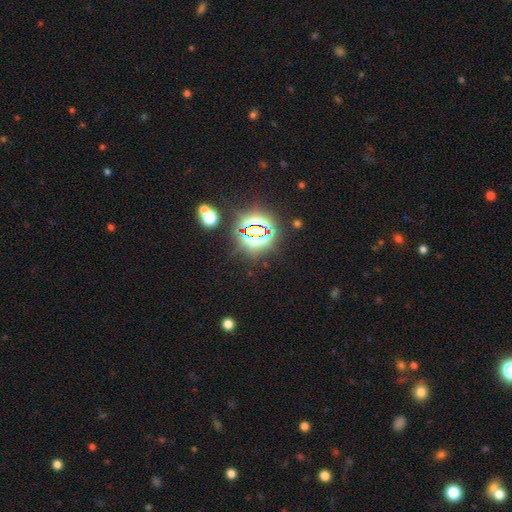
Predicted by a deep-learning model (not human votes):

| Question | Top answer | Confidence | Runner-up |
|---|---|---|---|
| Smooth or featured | star or artifact | 84% | smooth (11%) |